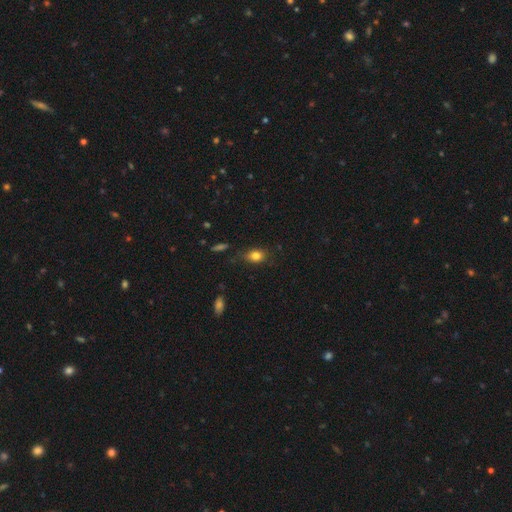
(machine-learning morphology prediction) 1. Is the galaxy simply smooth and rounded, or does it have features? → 81% smooth, 10% star or artifact, 8% featured or disk.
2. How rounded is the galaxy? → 73% in between, 24% round, 2% cigar-shaped.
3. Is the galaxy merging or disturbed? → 73% none, 20% minor disturbance, 5% major disturbance, 2% merger.